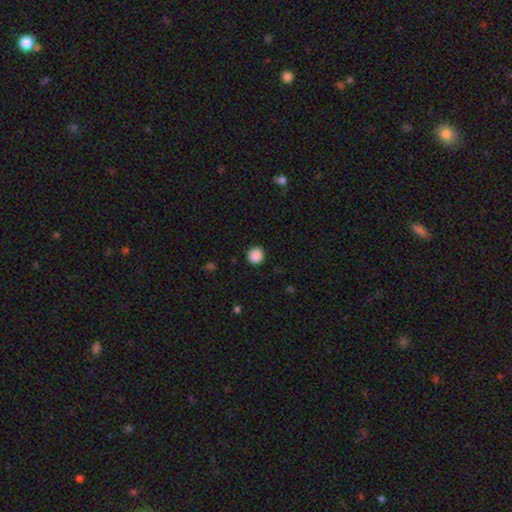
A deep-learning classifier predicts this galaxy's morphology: This is clearly a smooth galaxy (88%). How rounded: clearly round (93%). Merging: clearly none (91%).